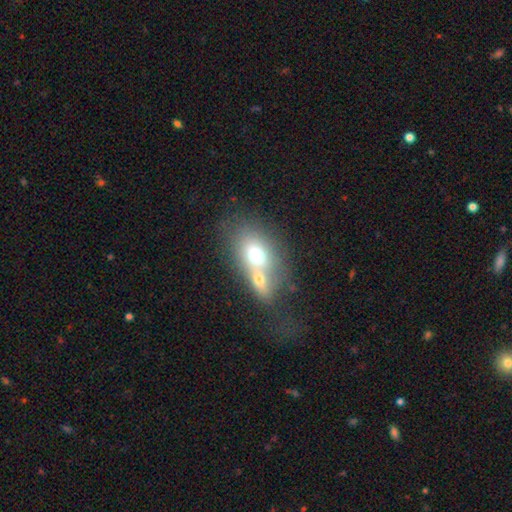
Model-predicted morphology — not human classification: Smooth or featured? Predicted: smooth (p=0.59). How rounded? Predicted: in between (p=0.69). Merging? Predicted: merger (p=0.66).